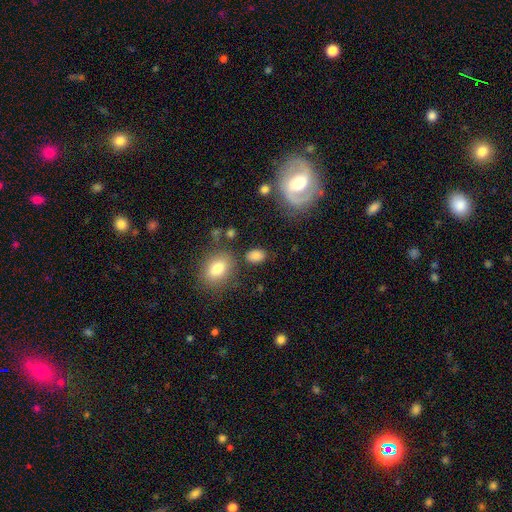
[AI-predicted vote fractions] smooth 83%, star or artifact 10%, featured or disk 7%. Down the decision tree: how rounded — in between (80%); merging — none (75%).